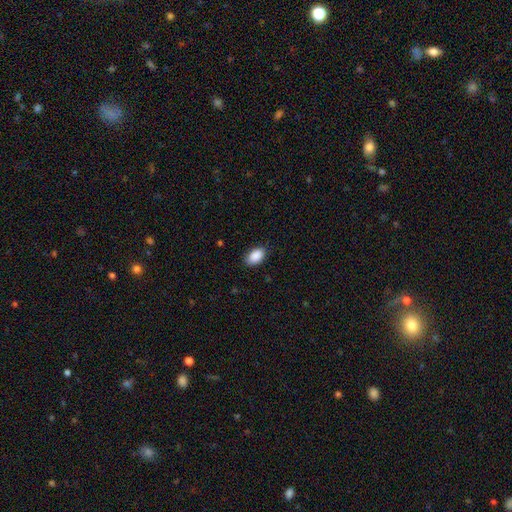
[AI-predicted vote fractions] Smooth or featured: smooth — 90% (star or artifact — 7%)
How rounded: in between — 92% (round — 7%)
Merging: none — 84% (minor disturbance — 12%)